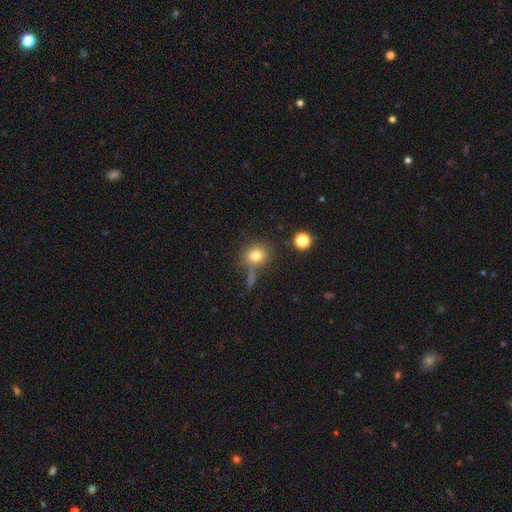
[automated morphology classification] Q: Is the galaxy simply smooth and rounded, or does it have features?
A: smooth — 78%.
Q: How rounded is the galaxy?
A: round — 78%.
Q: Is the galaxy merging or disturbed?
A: none — 65%.